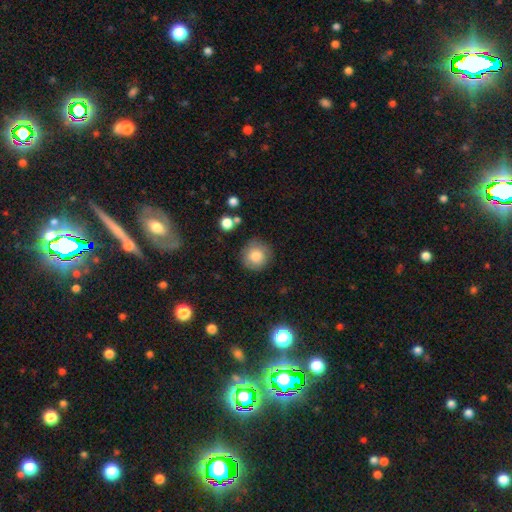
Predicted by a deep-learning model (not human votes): smooth_or_featured: smooth (p=0.82) [alt: featured or disk p=0.10]
how_rounded: round (p=0.92) [alt: in between p=0.07]
merging: none (p=0.81) [alt: minor disturbance p=0.13]